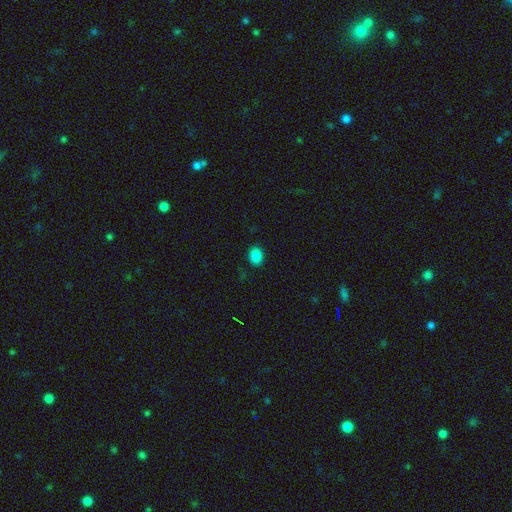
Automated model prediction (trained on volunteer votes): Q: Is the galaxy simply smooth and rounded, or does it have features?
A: smooth — 86%.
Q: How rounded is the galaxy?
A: in between — 63%.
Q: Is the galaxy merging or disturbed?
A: none — 88%.